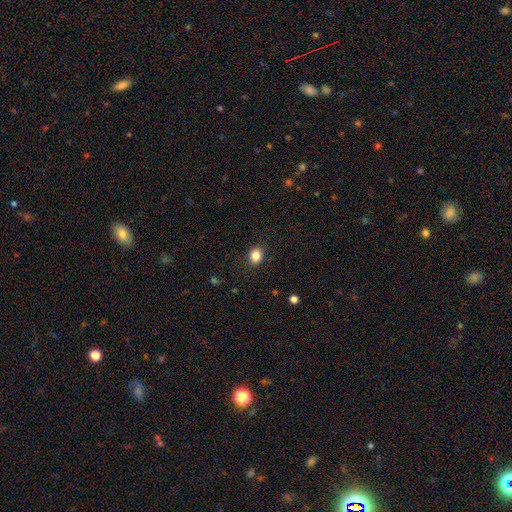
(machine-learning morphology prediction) Smooth or featured?
  - smooth: 85% *
  - star or artifact: 10%
  - featured or disk: 5%
How rounded?
  - round: 58% *
  - in between: 41%
  - cigar-shaped: 1%
Merging?
  - none: 88% *
  - minor disturbance: 8%
  - major disturbance: 3%
  - merger: 1%